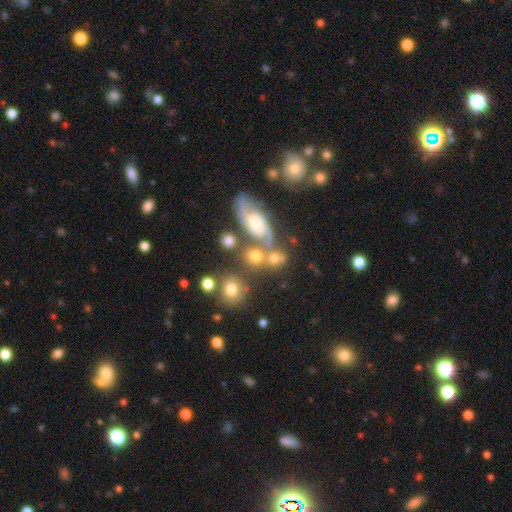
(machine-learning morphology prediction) Smooth or featured? smooth (60%)
How rounded? round (64%)
Merging? none (42%)